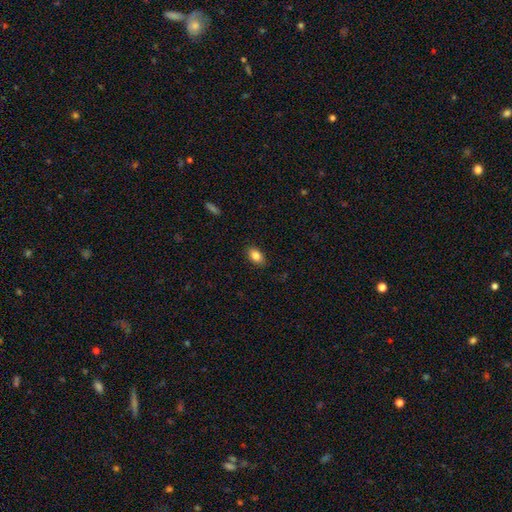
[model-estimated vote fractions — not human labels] A smooth galaxy with no disk features (85%) that is in between round and cigar-shaped (89%).

Vote fractions:
- Smooth or featured? smooth: 85% / star or artifact: 8% / featured or disk: 7%
- How rounded? in between: 89% / round: 9% / cigar-shaped: 2%
- Merging? none: 87% / minor disturbance: 9% / major disturbance: 2% / merger: 1%